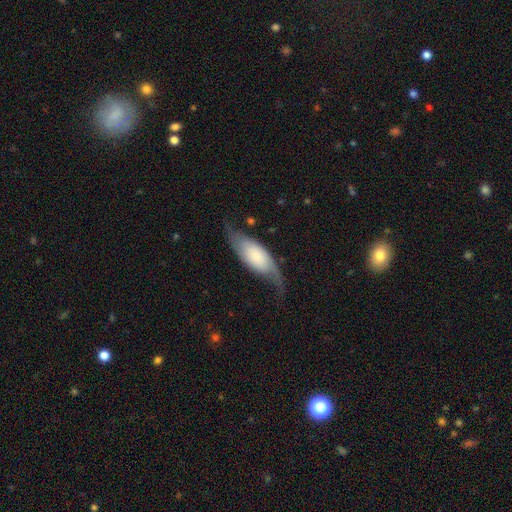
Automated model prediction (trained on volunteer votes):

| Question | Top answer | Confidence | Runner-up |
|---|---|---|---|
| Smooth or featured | featured or disk | 60% | smooth (33%) |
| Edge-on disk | no | 81% | yes (19%) |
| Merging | none | 59% | minor disturbance (26%) |